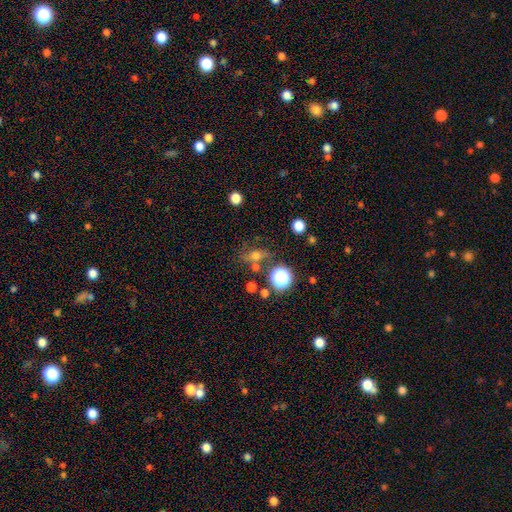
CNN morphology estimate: A smooth galaxy with no disk features (57%) that is in between round and cigar-shaped (47%). Merging: none (65%).